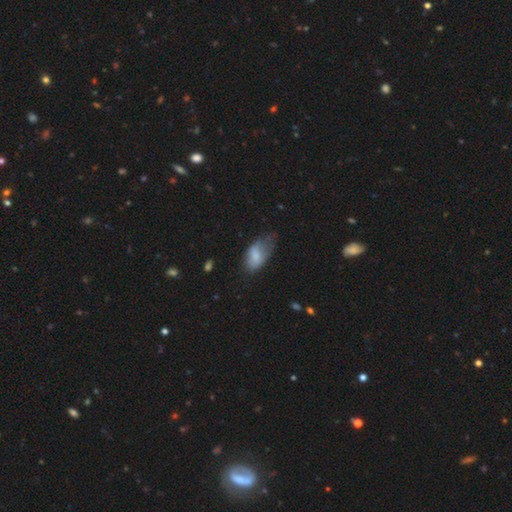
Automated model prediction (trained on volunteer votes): This appears to be a smooth galaxy with no disk features (73%) that is in between round and cigar-shaped (92%). Merging: minor disturbance (41%).